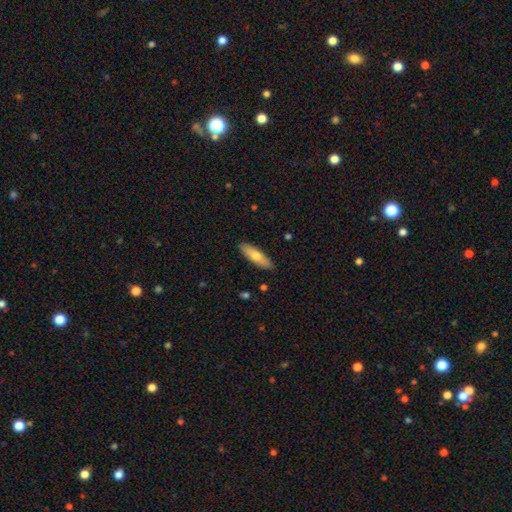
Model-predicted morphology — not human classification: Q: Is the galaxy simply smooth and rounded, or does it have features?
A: smooth — 67%.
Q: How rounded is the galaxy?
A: in between — 50%.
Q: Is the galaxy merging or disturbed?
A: none — 89%.